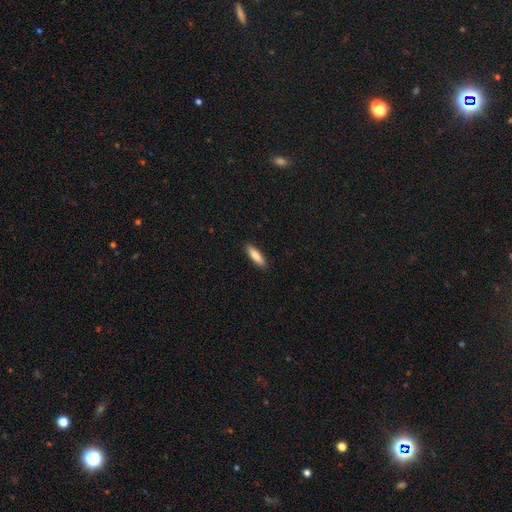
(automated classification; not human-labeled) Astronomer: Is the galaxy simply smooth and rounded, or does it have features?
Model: smooth — 85%.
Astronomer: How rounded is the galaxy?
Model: cigar-shaped — 58% (runner-up: in between, 40%).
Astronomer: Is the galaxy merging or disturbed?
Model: none — 90%.